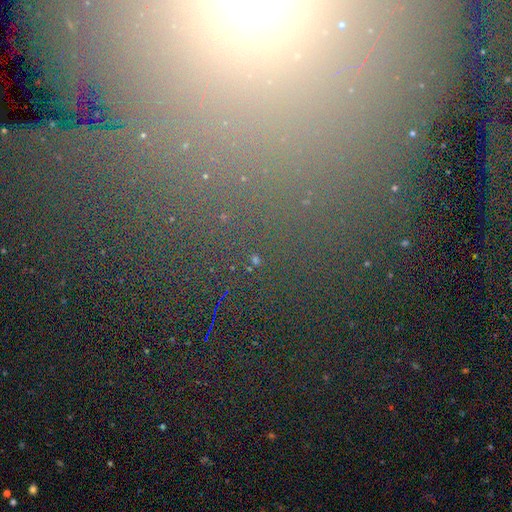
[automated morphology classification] This appears to be a star or artifact, not a galaxy (64%).